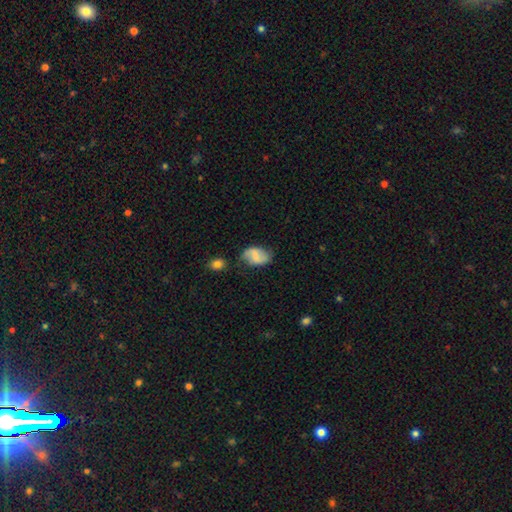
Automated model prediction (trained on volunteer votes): Smooth or featured?
  - smooth: 49% *
  - featured or disk: 43%
  - star or artifact: 8%
Merging?
  - none: 62% *
  - minor disturbance: 25%
  - major disturbance: 7%
  - merger: 5%